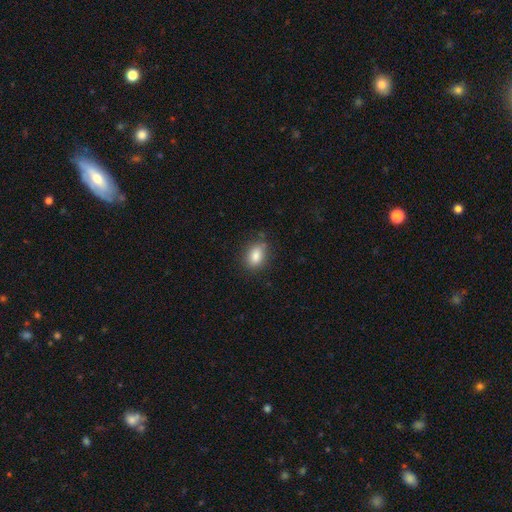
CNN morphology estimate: smooth_or_featured: smooth (p=0.85) [alt: star or artifact p=0.09]
how_rounded: in between (p=0.81) [alt: round p=0.17]
merging: none (p=0.77) [alt: minor disturbance p=0.17]